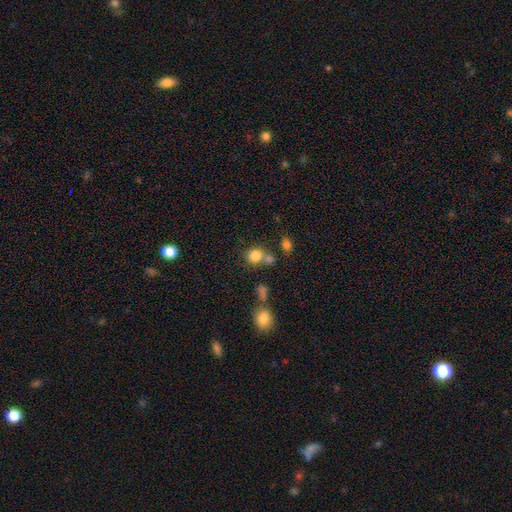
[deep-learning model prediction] Smooth or featured? Predicted: smooth (p=0.82). How rounded? Predicted: round (p=0.76). Merging? Predicted: none (p=0.57).